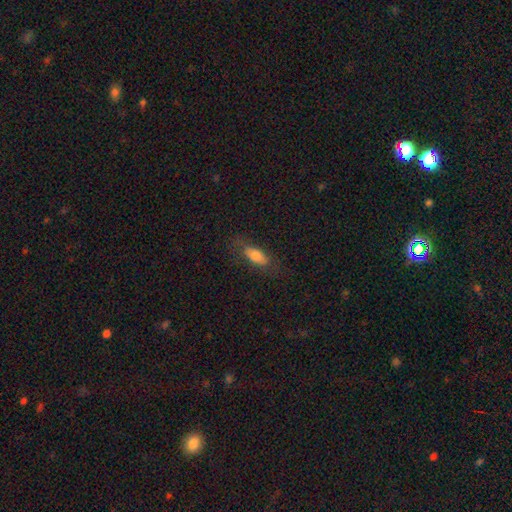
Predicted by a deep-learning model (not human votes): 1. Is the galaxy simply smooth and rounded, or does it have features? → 74% smooth, 19% featured or disk, 8% star or artifact.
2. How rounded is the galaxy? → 75% in between, 22% cigar-shaped, 3% round.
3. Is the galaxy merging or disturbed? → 74% none, 17% minor disturbance, 7% major disturbance, 1% merger.